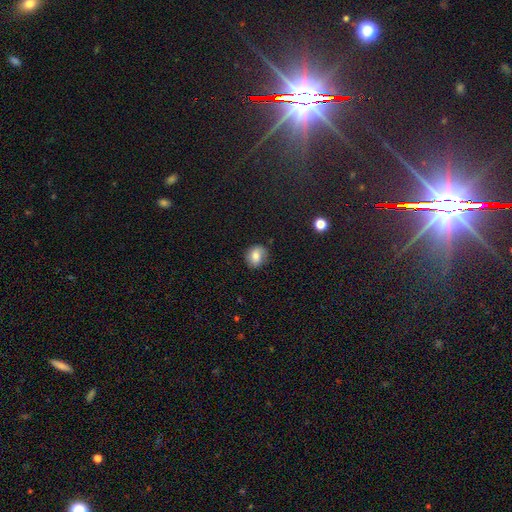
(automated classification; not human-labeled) Overall: smooth (73%). How rounded: round (73%). Merging: none (75%).